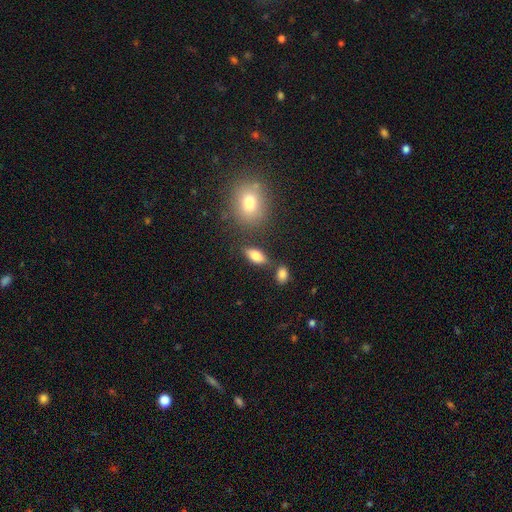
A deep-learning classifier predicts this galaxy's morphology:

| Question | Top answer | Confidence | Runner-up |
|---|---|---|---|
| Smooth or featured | smooth | 79% | featured or disk (12%) |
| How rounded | in between | 84% | cigar-shaped (11%) |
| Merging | none | 75% | minor disturbance (13%) |